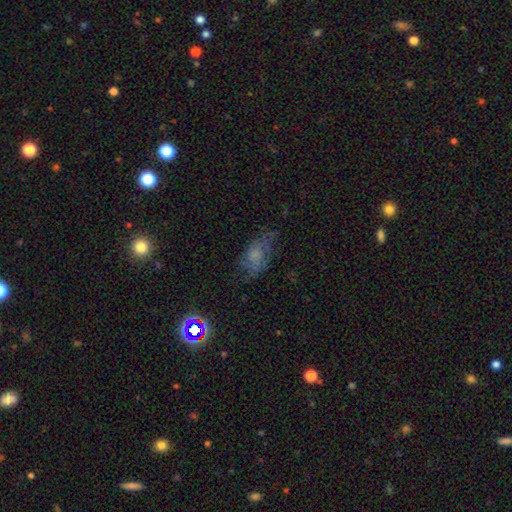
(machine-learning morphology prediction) A smooth galaxy with no disk features (52%) that is in between round and cigar-shaped (83%). Merging: none (50%).